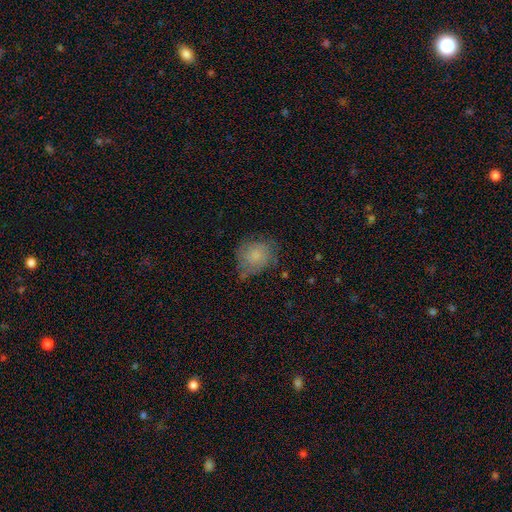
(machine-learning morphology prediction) Q: Smooth or featured?
A: smooth (71%); runner-up: featured or disk (20%)
Q: How rounded?
A: round (67%); runner-up: in between (32%)
Q: Merging?
A: none (55%); runner-up: minor disturbance (31%)